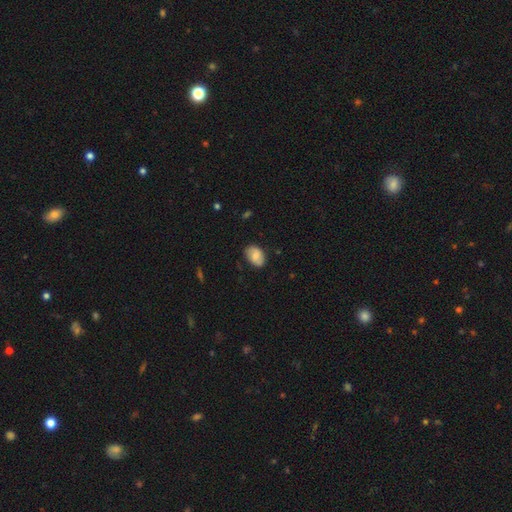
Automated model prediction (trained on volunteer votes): This appears to be a smooth galaxy with no disk features (71%) that is in between round and cigar-shaped (84%). Merging: none (78%).